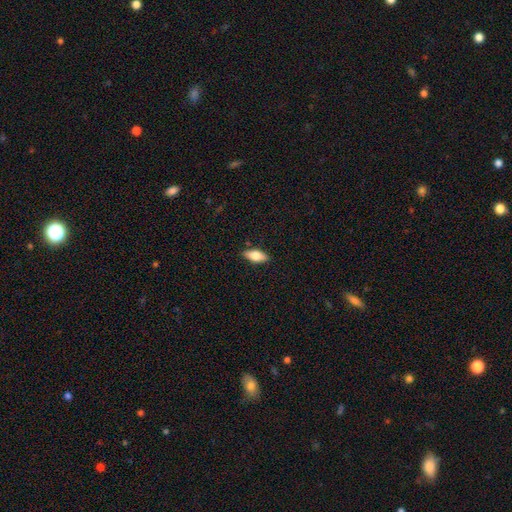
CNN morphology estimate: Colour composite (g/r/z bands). It shows a smooth galaxy with no disk features (75%) that is in between round and cigar-shaped (83%). Merging: none (87%).